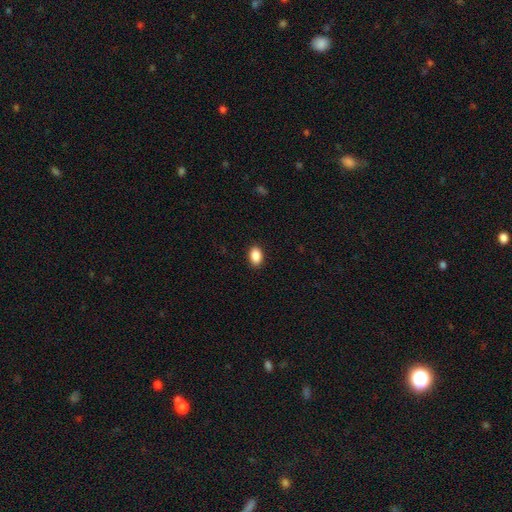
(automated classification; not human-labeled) Overall: smooth (89%). How rounded: in between (87%). Merging: none (90%).